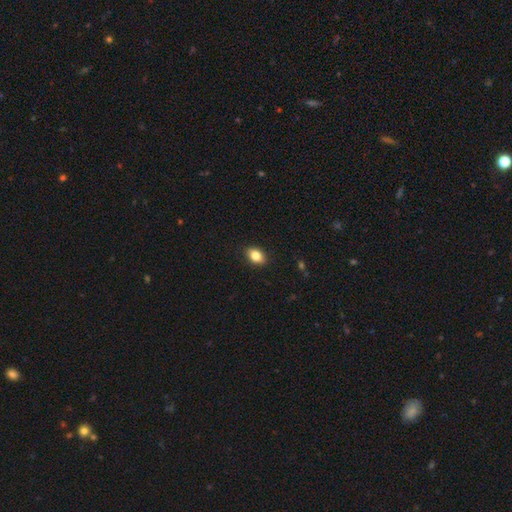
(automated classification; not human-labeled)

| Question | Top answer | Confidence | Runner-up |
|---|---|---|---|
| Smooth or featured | smooth | 83% | featured or disk (8%) |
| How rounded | in between | 84% | round (14%) |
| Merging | none | 89% | minor disturbance (8%) |